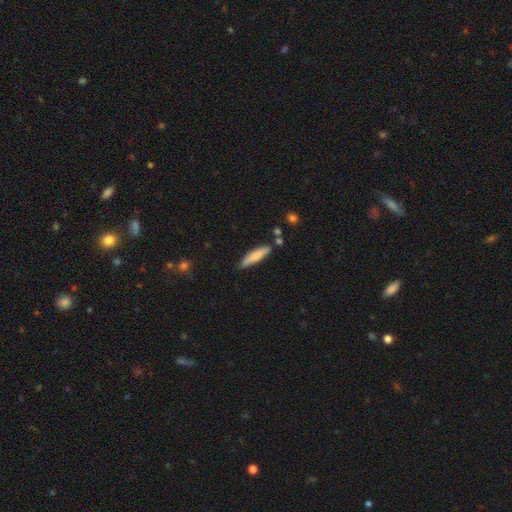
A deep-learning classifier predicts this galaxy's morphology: Smooth or featured? smooth (75%)
How rounded? cigar-shaped (76%)
Merging? none (76%)